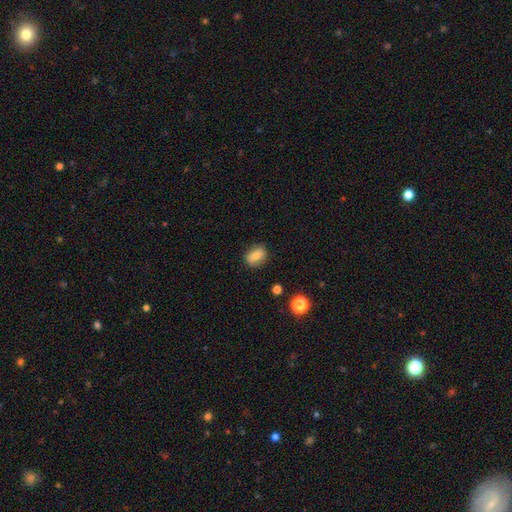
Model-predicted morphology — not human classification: Smooth or featured? Predicted: smooth (p=0.75). How rounded? Predicted: in between (p=0.67). Merging? Predicted: none (p=0.82).